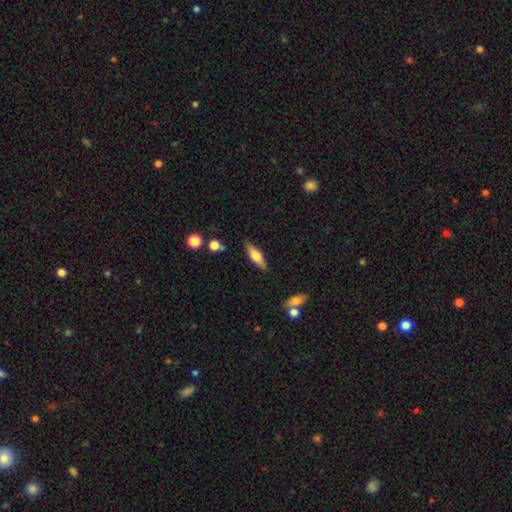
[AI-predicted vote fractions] A smooth galaxy with no disk features (50%) that is cigar-shaped (50%).

Vote fractions:
- Smooth or featured? smooth: 50% / featured or disk: 43% / star or artifact: 7%
- How rounded? cigar-shaped: 50% / in between: 47% / round: 3%
- Merging? none: 84% / minor disturbance: 11% / merger: 3% / major disturbance: 3%